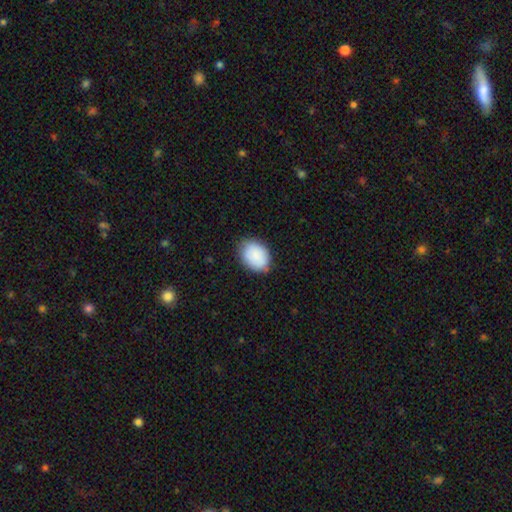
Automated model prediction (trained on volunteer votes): This is clearly a smooth galaxy (87%). How rounded: likely in between (71%). Merging: likely none (78%).